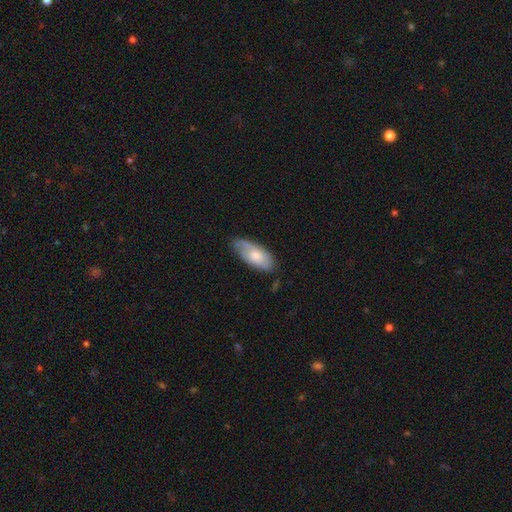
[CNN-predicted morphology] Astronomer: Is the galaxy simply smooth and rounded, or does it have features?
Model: smooth — 59% (runner-up: featured or disk, 36%).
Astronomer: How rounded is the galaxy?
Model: in between — 87%.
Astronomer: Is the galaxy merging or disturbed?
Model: none — 61%.